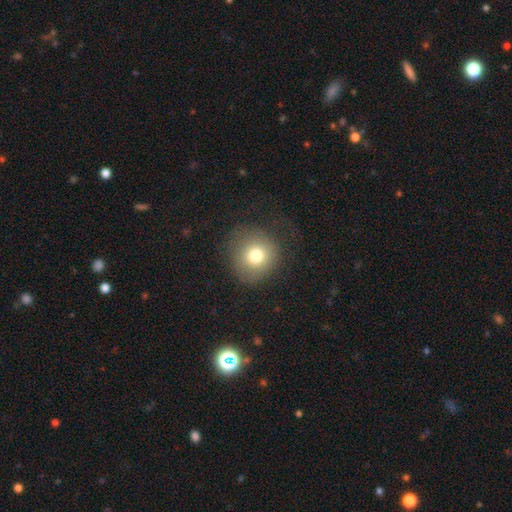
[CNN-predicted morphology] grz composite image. It shows a smooth galaxy with no disk features (76%) that is round (89%). Merging: none (74%).